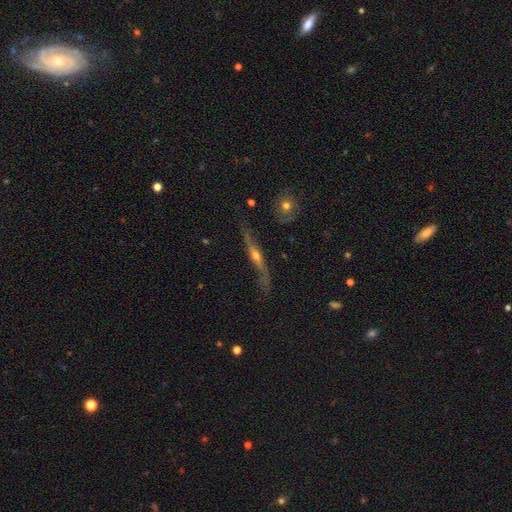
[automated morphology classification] Overall: featured or disk (79%). Edge-on disk: yes (83%). Edge-on bulge: rounded (87%). Merging: none (66%).